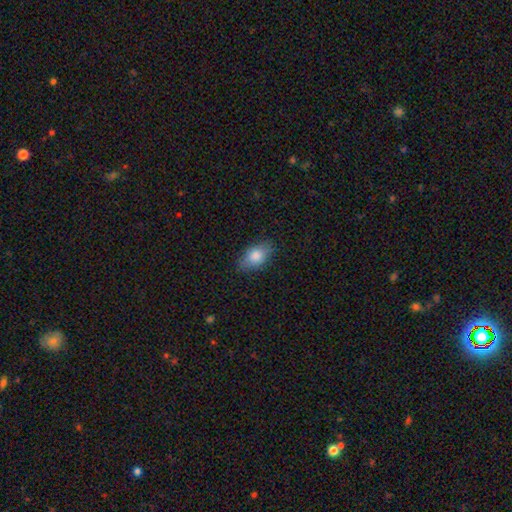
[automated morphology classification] smooth 83%, featured or disk 10%, star or artifact 7%. Down the decision tree: how rounded — in between (87%); merging — none (80%).